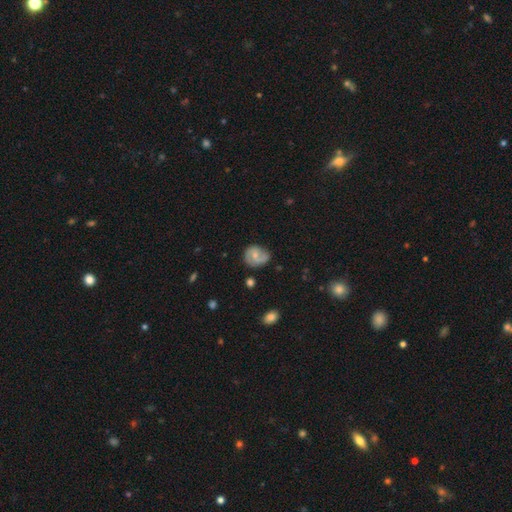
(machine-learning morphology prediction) A featured or disk galaxy (60%) with no bar (52%), 2 (74%) medium (45%) spiral arms (88%) and a small central bulge (49%).

Vote fractions:
- Smooth or featured? featured or disk: 60% / smooth: 32% / star or artifact: 7%
- Edge-on disk? no: 97% / yes: 3%
- Bar? no: 52% / weak: 40% / strong: 8%
- Spiral arms? yes: 88% / no: 12%
- Spiral winding? medium: 45% / tight: 32% / loose: 23%
- Spiral arm count? 2: 74% / can't tell: 12% / 1: 9% / 3: 3% / 4: 1% / more than 4: 1%
- Bulge size? small: 49% / moderate: 42% / none: 6% / large: 2% / dominant: 1%
- Merging? none: 66% / minor disturbance: 24% / major disturbance: 7% / merger: 2%